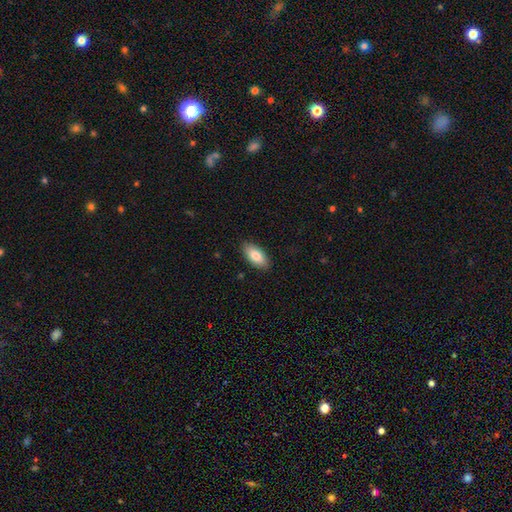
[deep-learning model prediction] Smooth or featured?
  - smooth: 81% *
  - featured or disk: 13%
  - star or artifact: 6%
How rounded?
  - in between: 90% *
  - cigar-shaped: 8%
  - round: 2%
Merging?
  - none: 88% *
  - minor disturbance: 10%
  - major disturbance: 2%
  - merger: 1%